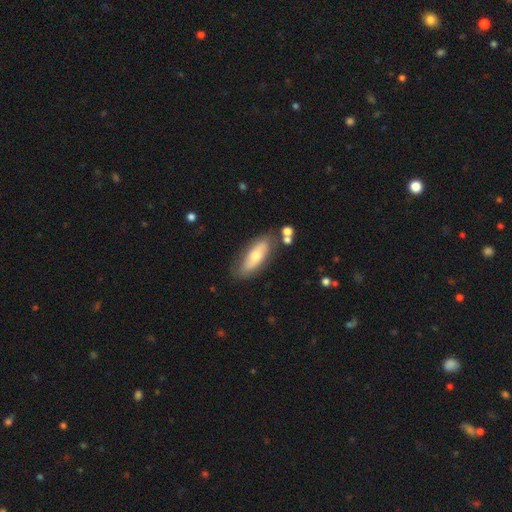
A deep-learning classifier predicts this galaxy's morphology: This is likely a smooth galaxy (60%). How rounded: likely in between (68%). Merging: likely none (73%).